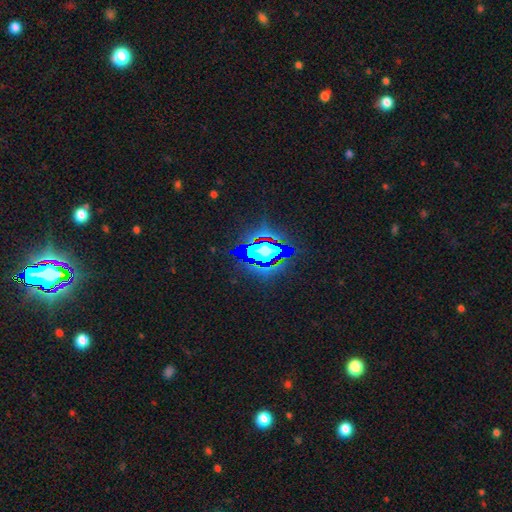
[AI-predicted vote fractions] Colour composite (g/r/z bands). It shows a star or artifact, not a galaxy (57%).